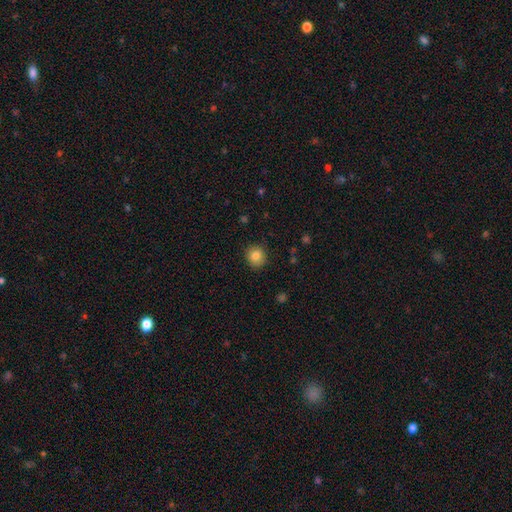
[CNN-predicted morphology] This is clearly a smooth galaxy (83%). How rounded: clearly round (89%). Merging: clearly none (90%).